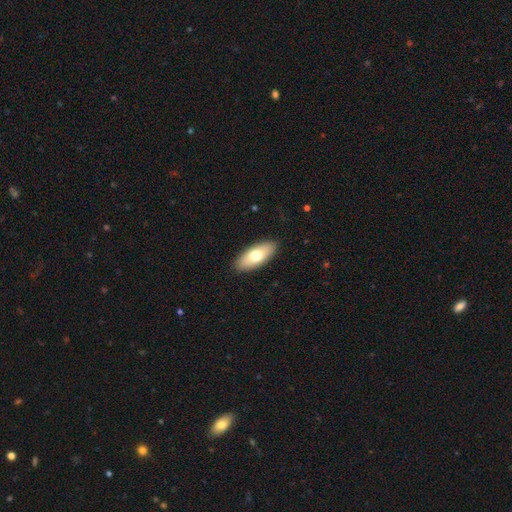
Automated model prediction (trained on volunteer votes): Smooth or featured?
  - smooth: 71% *
  - featured or disk: 24%
  - star or artifact: 6%
How rounded?
  - in between: 84% *
  - cigar-shaped: 13%
  - round: 3%
Merging?
  - none: 90% *
  - minor disturbance: 8%
  - major disturbance: 2%
  - merger: 1%